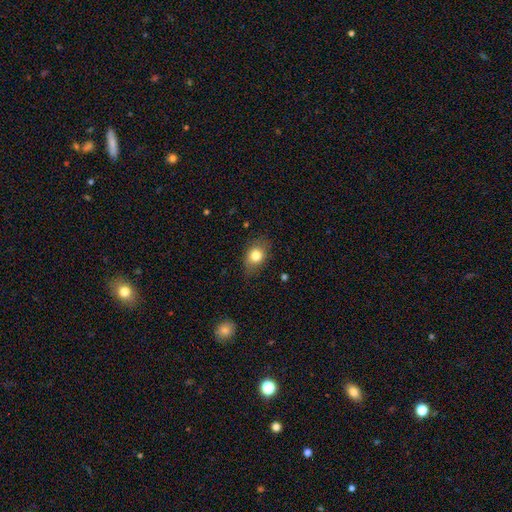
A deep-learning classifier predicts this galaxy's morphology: This appears to be a smooth galaxy with no disk features (78%) that is in between round and cigar-shaped (71%). Merging: none (74%).